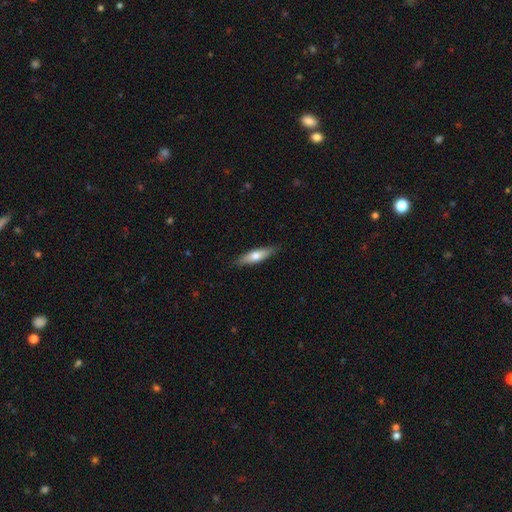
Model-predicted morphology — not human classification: Smooth or featured: smooth — 62% (featured or disk — 33%)
How rounded: cigar-shaped — 69% (in between — 29%)
Merging: none — 87% (minor disturbance — 10%)